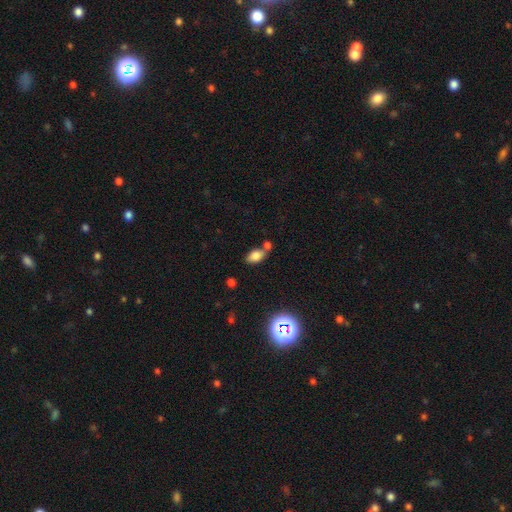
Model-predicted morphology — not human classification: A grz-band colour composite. It shows a smooth galaxy with no disk features (78%) that is in between round and cigar-shaped (89%). Merging: none (50%).